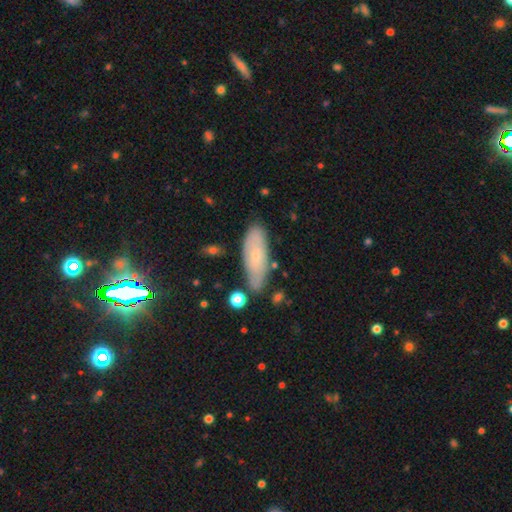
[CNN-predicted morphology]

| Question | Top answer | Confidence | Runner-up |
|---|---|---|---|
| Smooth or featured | smooth | 55% | featured or disk (35%) |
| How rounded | in between | 62% | cigar-shaped (36%) |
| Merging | none | 74% | minor disturbance (18%) |